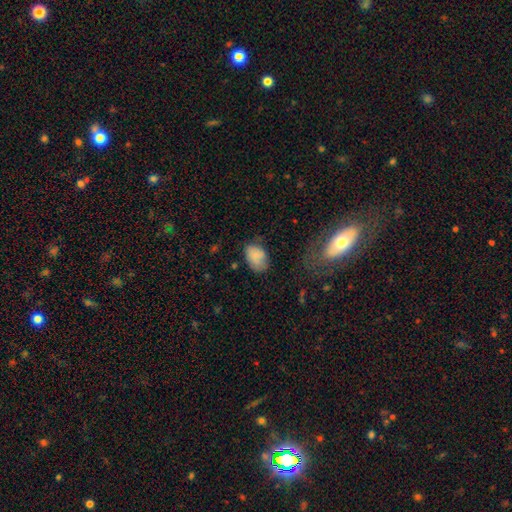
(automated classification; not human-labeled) Q: Smooth or featured?
A: smooth (81%); runner-up: featured or disk (11%)
Q: How rounded?
A: in between (84%); runner-up: round (15%)
Q: Merging?
A: none (62%); runner-up: minor disturbance (27%)